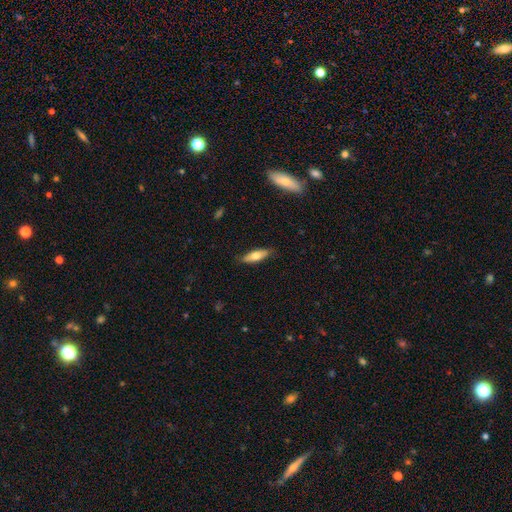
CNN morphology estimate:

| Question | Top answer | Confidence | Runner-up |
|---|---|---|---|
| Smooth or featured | smooth | 70% | featured or disk (24%) |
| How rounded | in between | 56% | cigar-shaped (42%) |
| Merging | none | 84% | minor disturbance (13%) |